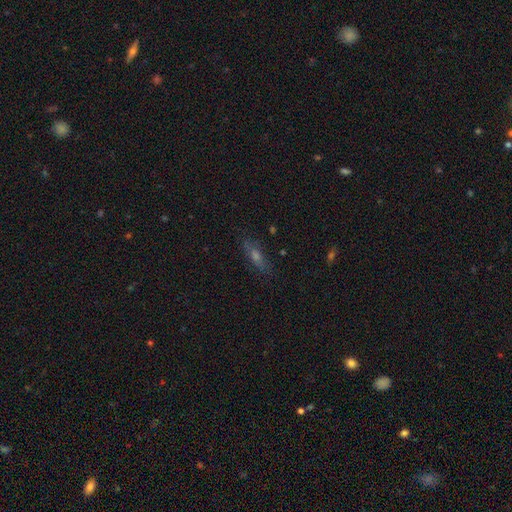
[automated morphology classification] This is marginally a featured or disk galaxy (41%). Merging: clearly none (82%).